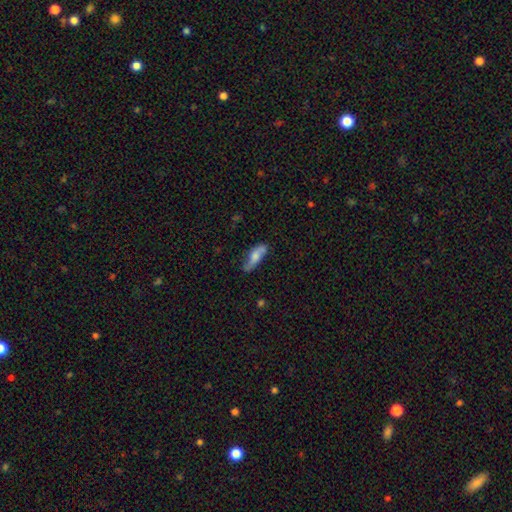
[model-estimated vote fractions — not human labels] A smooth galaxy with no disk features (52%) that is in between round and cigar-shaped (54%).

Vote fractions:
- Smooth or featured? smooth: 52% / featured or disk: 41% / star or artifact: 6%
- How rounded? in between: 54% / cigar-shaped: 43% / round: 3%
- Merging? none: 67% / minor disturbance: 24% / major disturbance: 6% / merger: 3%